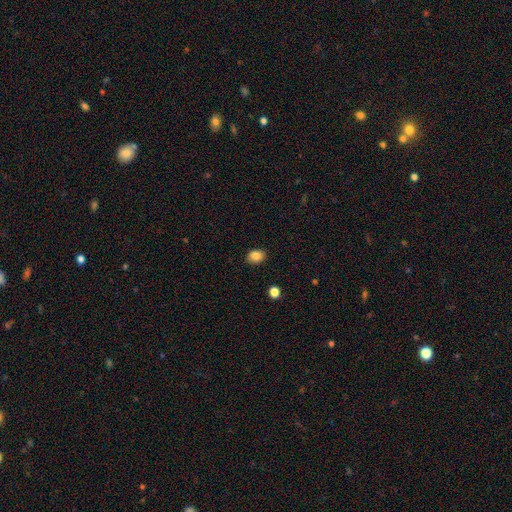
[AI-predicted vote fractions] Smooth or featured? smooth (86%)
How rounded? in between (62%)
Merging? none (88%)